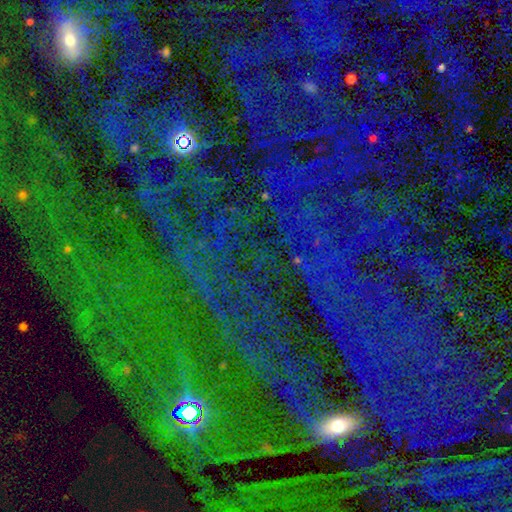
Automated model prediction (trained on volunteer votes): Smooth or featured: star or artifact — 82% (smooth — 10%)